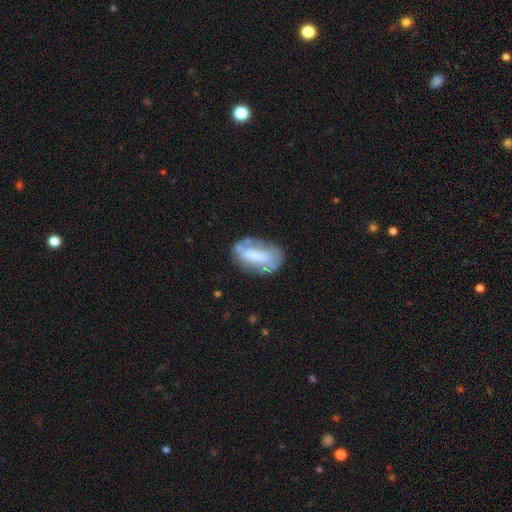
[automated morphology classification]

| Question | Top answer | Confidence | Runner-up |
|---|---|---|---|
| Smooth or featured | smooth | 48% | featured or disk (43%) |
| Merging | none | 55% | minor disturbance (25%) |